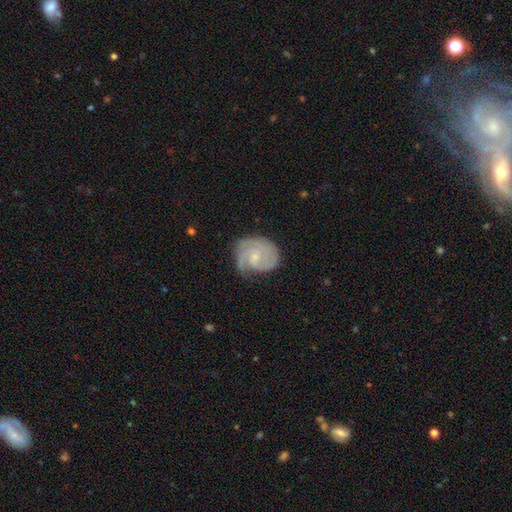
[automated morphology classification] smooth-or-featured: featured or disk: 84% | smooth: 11% | star or artifact: 5%
  disk-edge-on: no: 98% | yes: 2%
    bar: no: 61% | weak: 34% | strong: 5%
    has-spiral-arms: yes: 97% | no: 3%
      spiral-winding: tight: 60% | medium: 33% | loose: 7%
      spiral-arm-count: 2: 34% | 3: 32% | can't tell: 17% | 1: 7% | 4: 6% | more than 4: 4%
    bulge-size: small: 66% | moderate: 23% | none: 9% | large: 1% | dominant: 1%
  merging: none: 69% | minor disturbance: 22% | major disturbance: 9% | merger: 1%